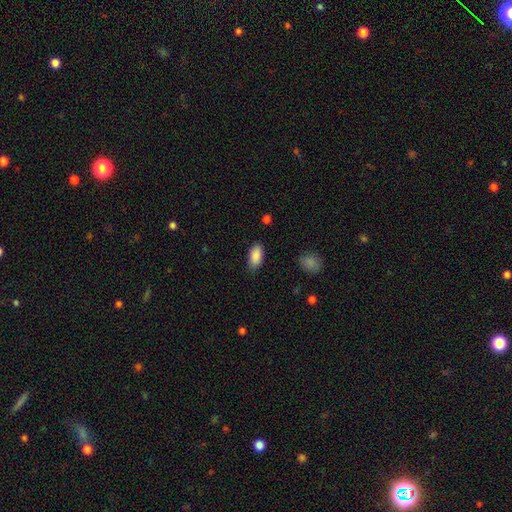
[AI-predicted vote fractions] Smooth or featured: smooth — 89% (star or artifact — 7%)
How rounded: in between — 92% (cigar-shaped — 5%)
Merging: none — 81% (minor disturbance — 15%)